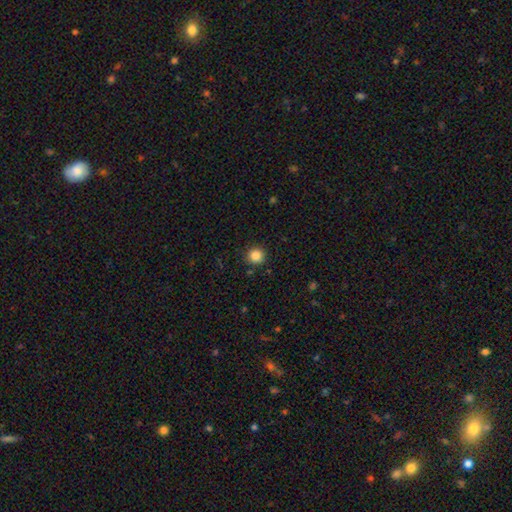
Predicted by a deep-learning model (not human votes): This appears to be a smooth galaxy with no disk features (85%) that is round (94%). Merging: none (91%).